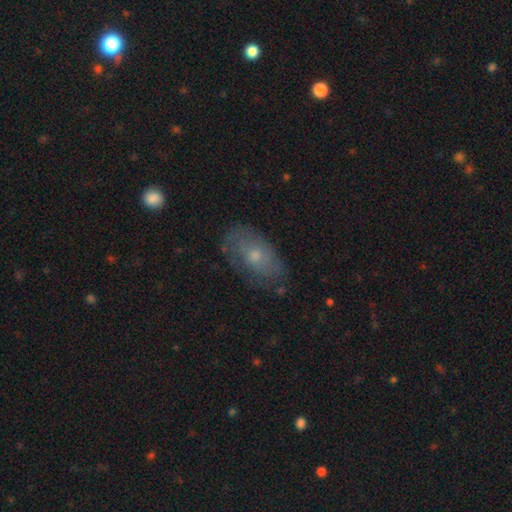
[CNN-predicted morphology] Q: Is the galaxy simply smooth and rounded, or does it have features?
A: featured or disk — 46%, tied with smooth.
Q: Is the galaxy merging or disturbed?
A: none — 67%.